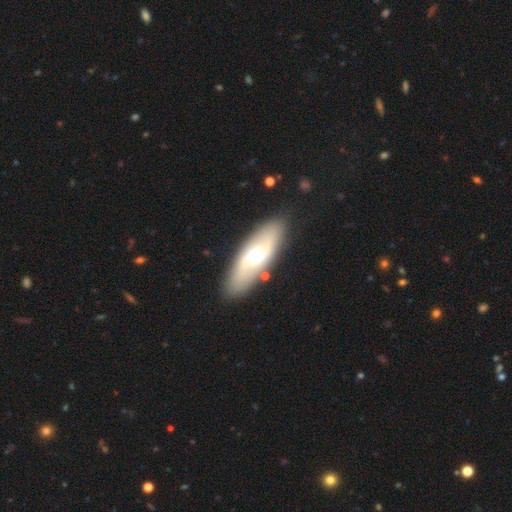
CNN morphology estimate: Q: Smooth or featured?
A: featured or disk (51%); runner-up: smooth (43%)
Q: Edge-on disk?
A: no (73%); runner-up: yes (27%)
Q: Merging?
A: none (86%); runner-up: minor disturbance (9%)